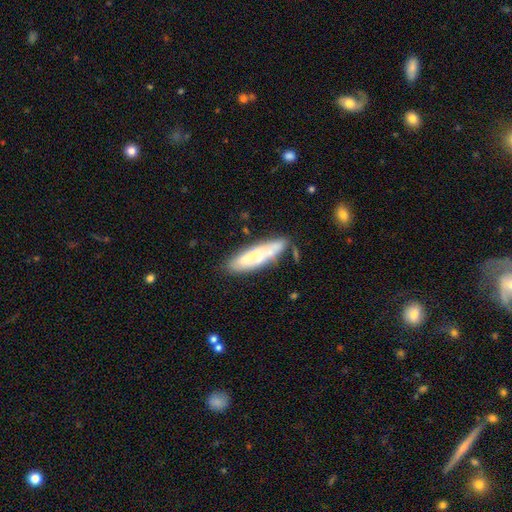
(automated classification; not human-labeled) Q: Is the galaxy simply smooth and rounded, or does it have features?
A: smooth — 63%.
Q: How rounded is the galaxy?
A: cigar-shaped — 66%.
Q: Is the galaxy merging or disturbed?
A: none — 67%.